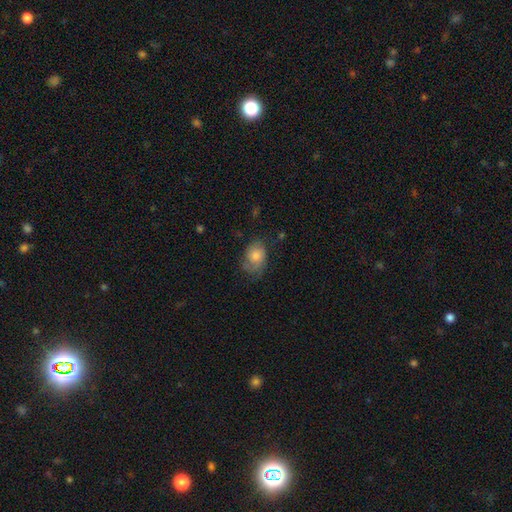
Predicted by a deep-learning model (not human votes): Smooth or featured: smooth — 66% (featured or disk — 25%)
How rounded: in between — 69% (round — 30%)
Merging: none — 53% (minor disturbance — 30%)